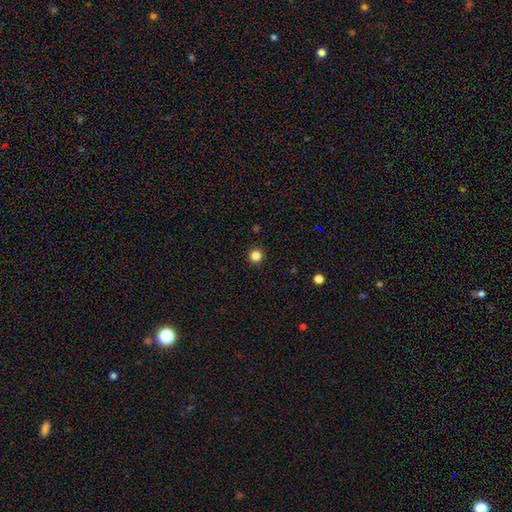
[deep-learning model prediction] smooth-or-featured: smooth: 84% | star or artifact: 13% | featured or disk: 4%
  how-rounded: round: 96% | in between: 4% | cigar-shaped: 1%
  merging: none: 93% | minor disturbance: 4% | major disturbance: 2% | merger: 1%